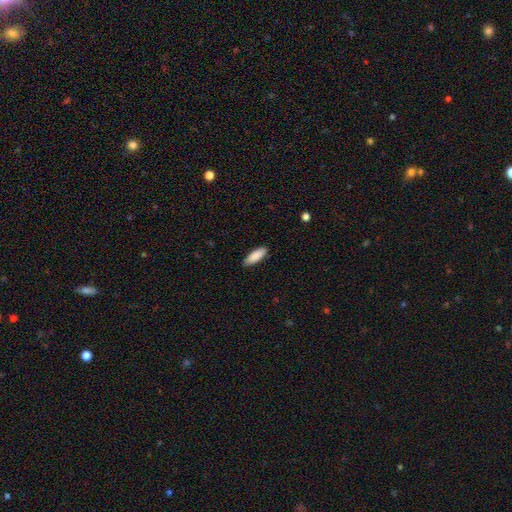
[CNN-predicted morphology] smooth 88%, featured or disk 6%, star or artifact 6%. Down the decision tree: how rounded — in between (63%); merging — none (87%).